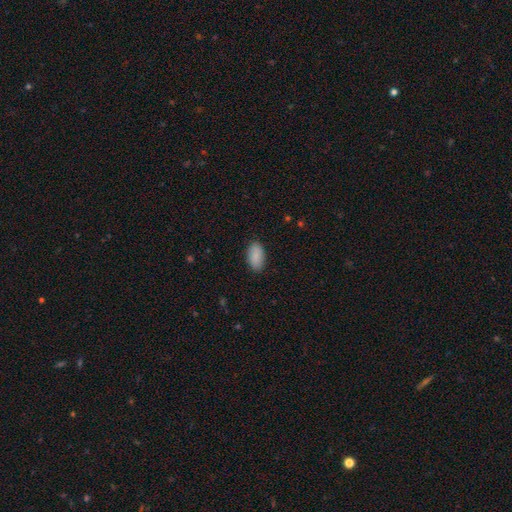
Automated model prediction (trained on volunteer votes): smooth 89%, star or artifact 6%, featured or disk 5%. Down the decision tree: how rounded — in between (94%); merging — none (88%).